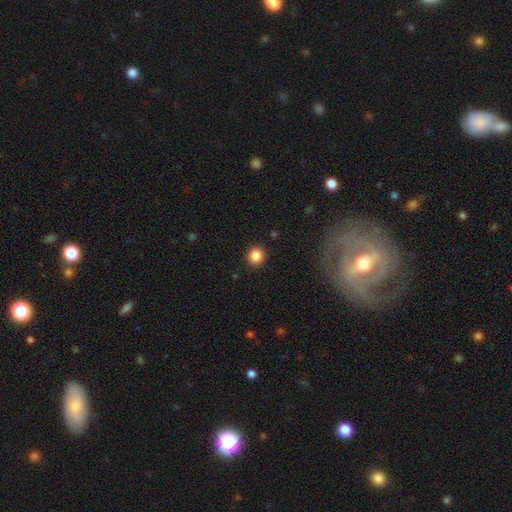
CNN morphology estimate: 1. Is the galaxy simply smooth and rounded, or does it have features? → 86% smooth, 11% star or artifact, 4% featured or disk.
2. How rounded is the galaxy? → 88% round, 11% in between, 1% cigar-shaped.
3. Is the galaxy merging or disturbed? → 90% none, 7% minor disturbance, 2% major disturbance, 1% merger.